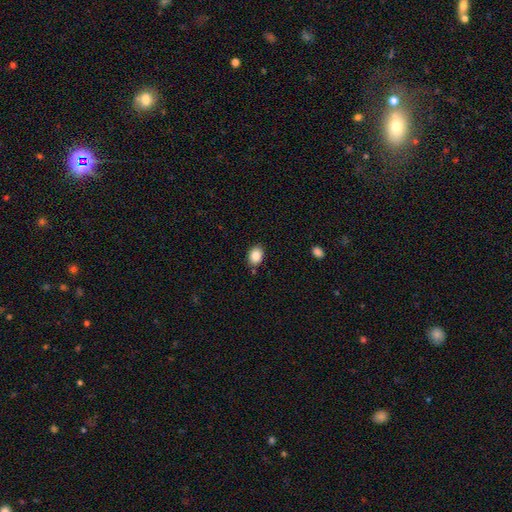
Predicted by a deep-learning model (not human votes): This is clearly a smooth galaxy (86%). How rounded: likely in between (63%). Merging: clearly none (84%).